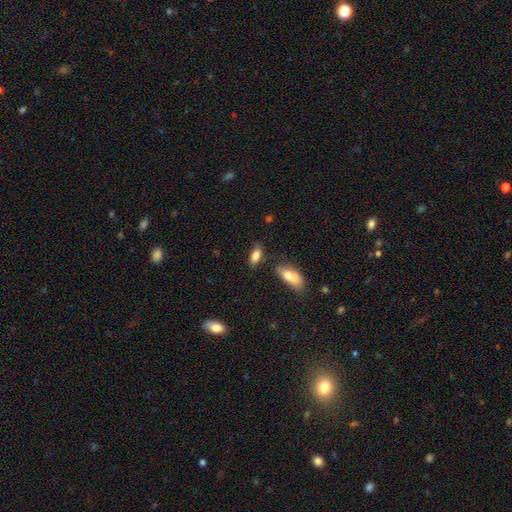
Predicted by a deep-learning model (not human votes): Smooth or featured?
  - smooth: 83% *
  - featured or disk: 9%
  - star or artifact: 8%
How rounded?
  - in between: 85% *
  - cigar-shaped: 12%
  - round: 3%
Merging?
  - none: 70% *
  - minor disturbance: 17%
  - merger: 8%
  - major disturbance: 5%